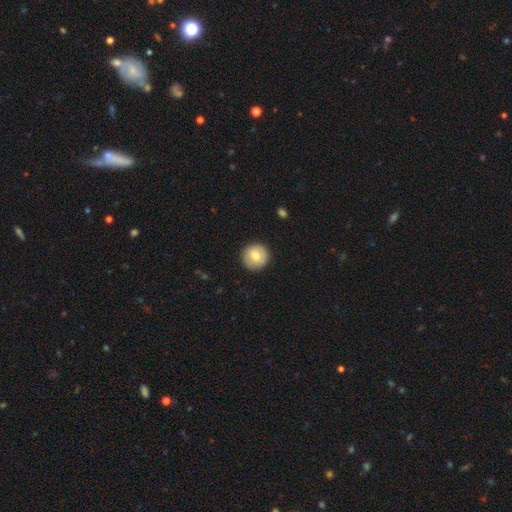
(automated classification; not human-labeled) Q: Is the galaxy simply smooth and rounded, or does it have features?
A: smooth — 69%.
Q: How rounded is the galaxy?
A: round — 94%.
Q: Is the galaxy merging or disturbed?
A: none — 90%.